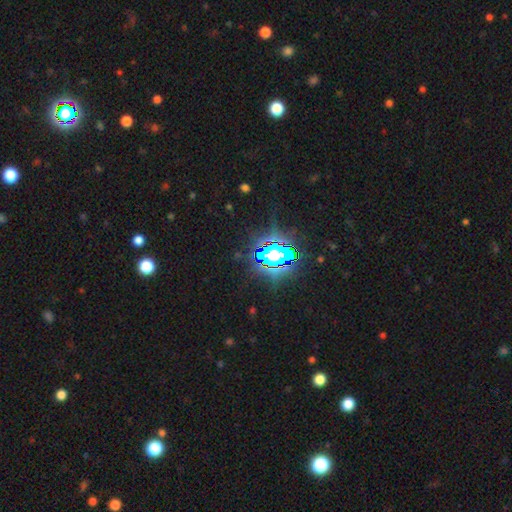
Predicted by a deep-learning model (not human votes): Overall: star or artifact (83%).